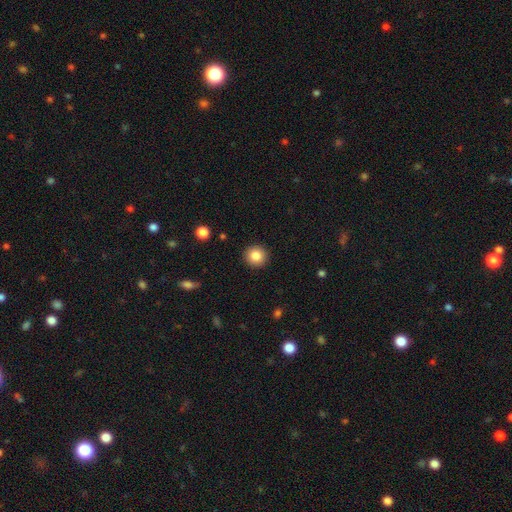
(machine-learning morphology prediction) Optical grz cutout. It shows a smooth galaxy with no disk features (84%) that is round (92%). Merging: none (92%).